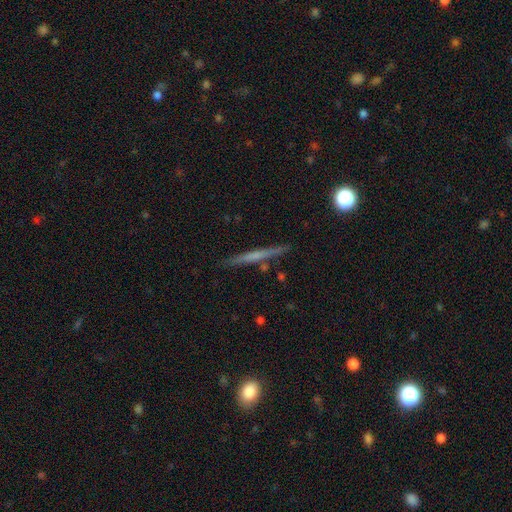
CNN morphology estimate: The model was most divided on "smooth or featured": featured or disk: 48%, smooth: 45%, star or artifact: 7%. More confident: merging — none (88%).